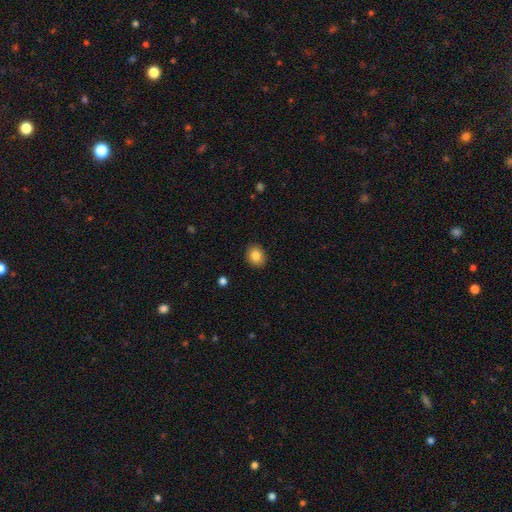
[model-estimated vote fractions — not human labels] A smooth galaxy with no disk features (84%) that is round (61%).

Vote fractions:
- Smooth or featured? smooth: 84% / star or artifact: 9% / featured or disk: 7%
- How rounded? round: 61% / in between: 38% / cigar-shaped: 1%
- Merging? none: 89% / minor disturbance: 8% / major disturbance: 2% / merger: 1%